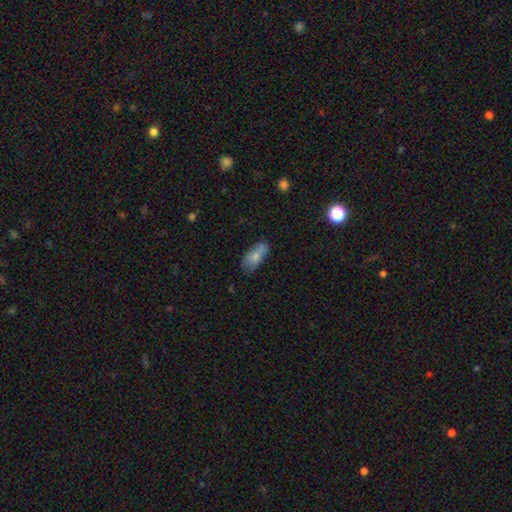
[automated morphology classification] Smooth or featured? smooth (75%)
How rounded? in between (88%)
Merging? none (60%)